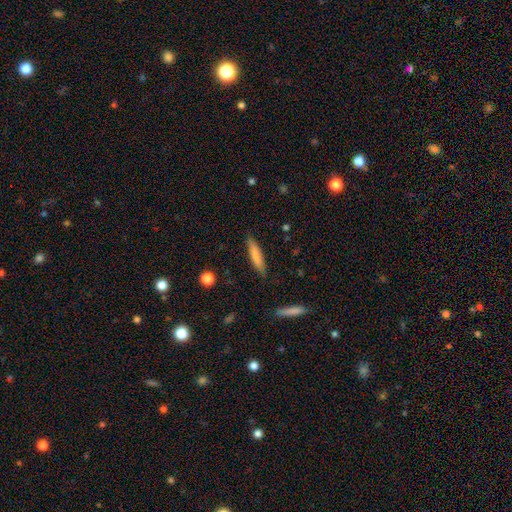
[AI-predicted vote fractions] smooth 76%, featured or disk 18%, star or artifact 6%. Down the decision tree: how rounded — cigar-shaped (84%); merging — none (86%).